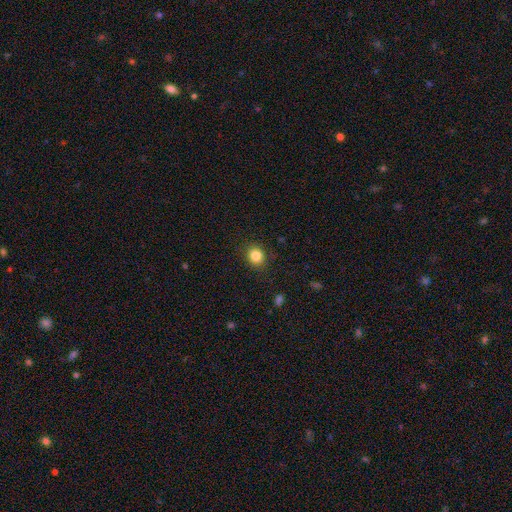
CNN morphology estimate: Smooth or featured: smooth — 85% (star or artifact — 11%)
How rounded: round — 74% (in between — 25%)
Merging: none — 87% (minor disturbance — 9%)